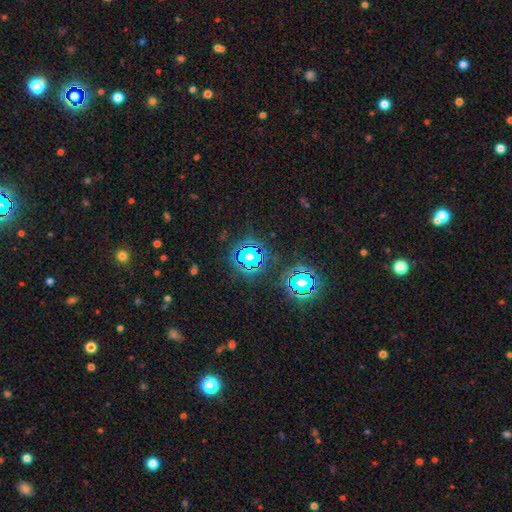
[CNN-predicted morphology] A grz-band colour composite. It shows a star or artifact, not a galaxy (79%).